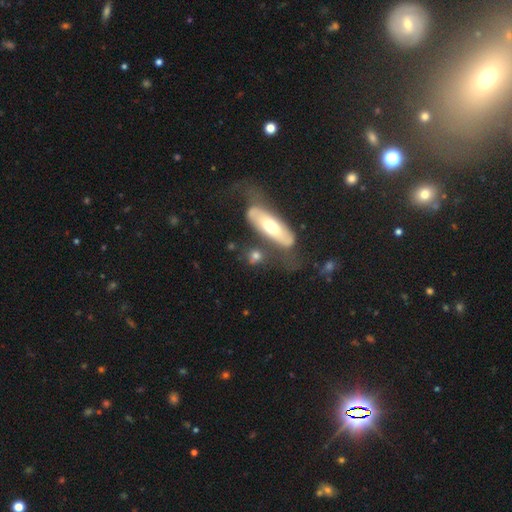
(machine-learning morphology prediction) Overall: smooth (62%; featured or disk 30%). How rounded: in between (46%; round 30%). Merging: none (52%; merger 18%).